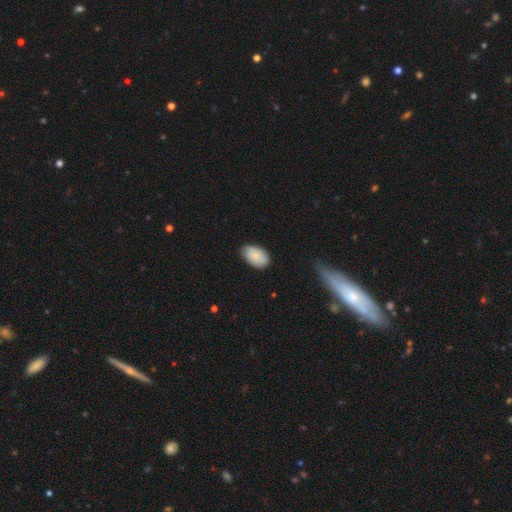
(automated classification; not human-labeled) Morphology: type=smooth (81%); roundness=in between (92%); merging=none (76%).